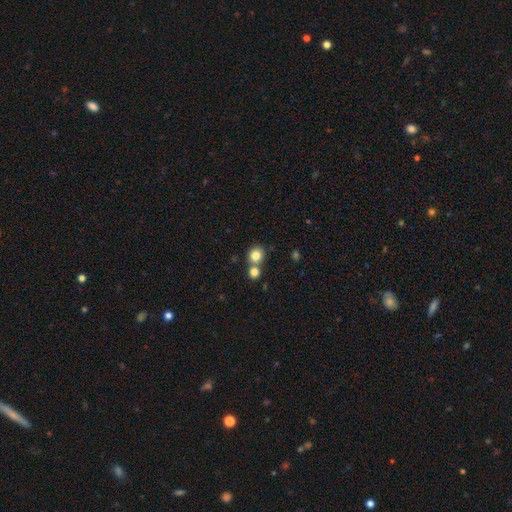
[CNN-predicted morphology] This appears to be a smooth galaxy with no disk features (82%) that is round (84%). Merging: none (57%).